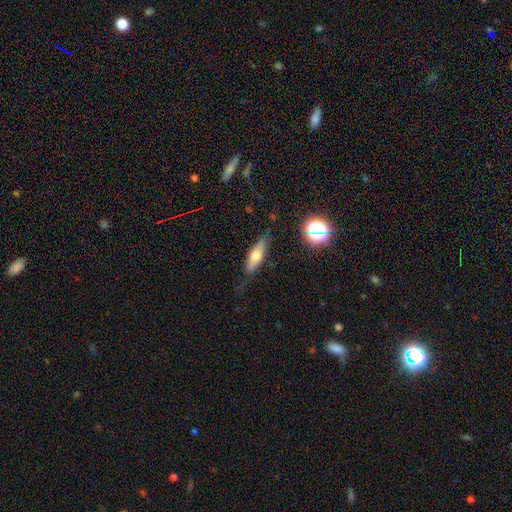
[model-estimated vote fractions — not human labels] smooth 60%, featured or disk 32%, star or artifact 8%. Down the decision tree: how rounded — cigar-shaped (50%); merging — none (72%).